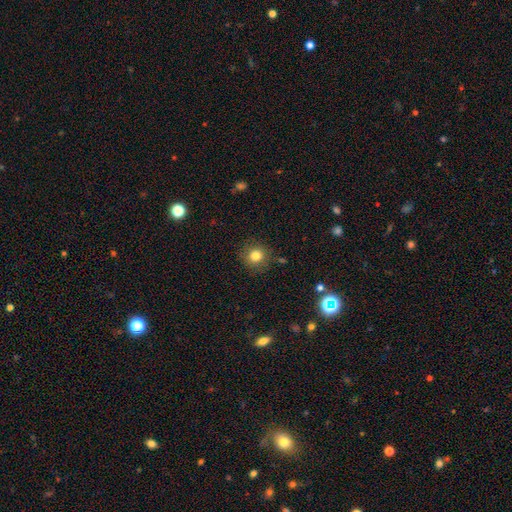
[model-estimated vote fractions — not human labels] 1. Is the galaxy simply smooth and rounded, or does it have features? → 81% smooth, 13% star or artifact, 7% featured or disk.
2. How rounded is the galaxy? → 90% round, 9% in between, 1% cigar-shaped.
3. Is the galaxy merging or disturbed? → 86% none, 9% minor disturbance, 3% major disturbance, 2% merger.